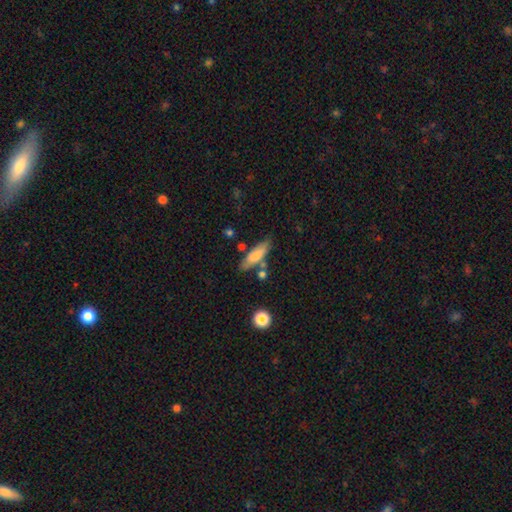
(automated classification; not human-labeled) Q: Smooth or featured?
A: smooth (76%); runner-up: featured or disk (17%)
Q: How rounded?
A: cigar-shaped (56%); runner-up: in between (42%)
Q: Merging?
A: none (72%); runner-up: minor disturbance (16%)